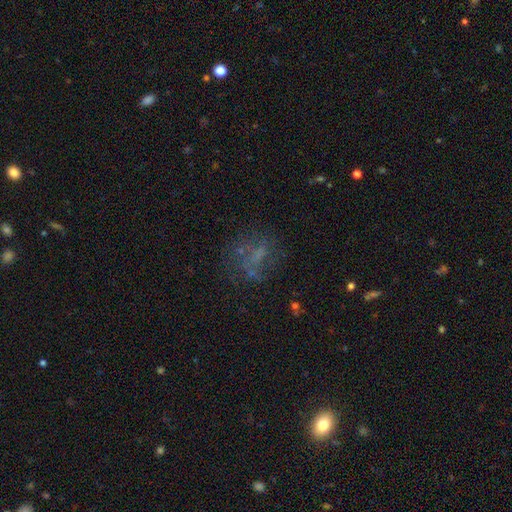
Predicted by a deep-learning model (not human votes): A featured or disk galaxy (40%).

Vote fractions:
- Smooth or featured? featured or disk: 40% / smooth: 35% / star or artifact: 25%
- Merging? none: 54% / major disturbance: 24% / minor disturbance: 18% / merger: 4%